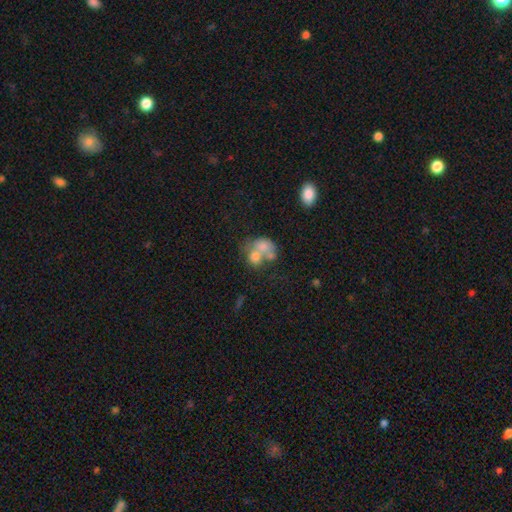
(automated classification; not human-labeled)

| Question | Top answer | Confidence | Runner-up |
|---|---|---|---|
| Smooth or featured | smooth | 53% | featured or disk (33%) |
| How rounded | round | 52% | in between (46%) |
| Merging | merger | 58% | none (24%) |